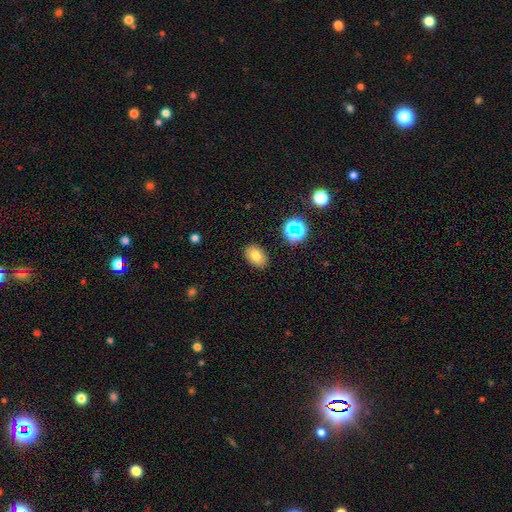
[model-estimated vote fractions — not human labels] Morphology: type=smooth (77%); roundness=in between (81%); merging=none (87%).